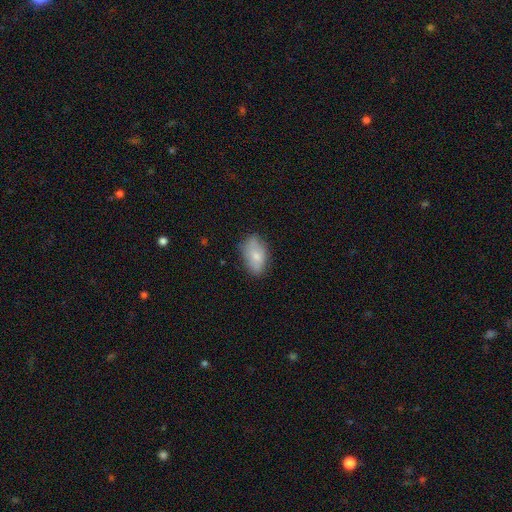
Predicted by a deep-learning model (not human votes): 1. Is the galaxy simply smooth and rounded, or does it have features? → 77% smooth, 16% featured or disk, 7% star or artifact.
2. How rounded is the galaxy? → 91% in between, 7% round, 2% cigar-shaped.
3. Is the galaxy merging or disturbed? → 68% none, 25% minor disturbance, 5% major disturbance, 2% merger.